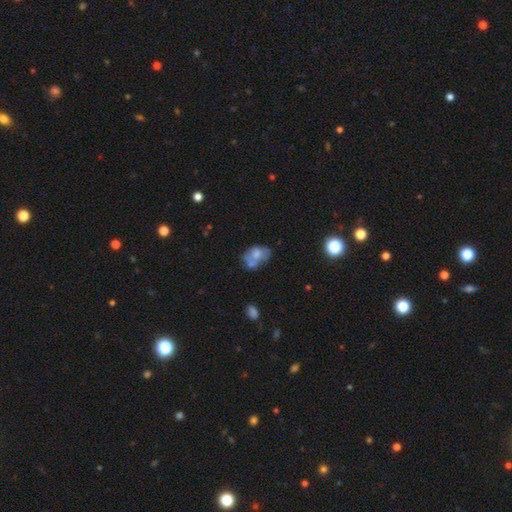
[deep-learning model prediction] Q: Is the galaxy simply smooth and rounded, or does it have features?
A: smooth — 55%.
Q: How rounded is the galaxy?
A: in between — 81%.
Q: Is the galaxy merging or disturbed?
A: merger — 38%.